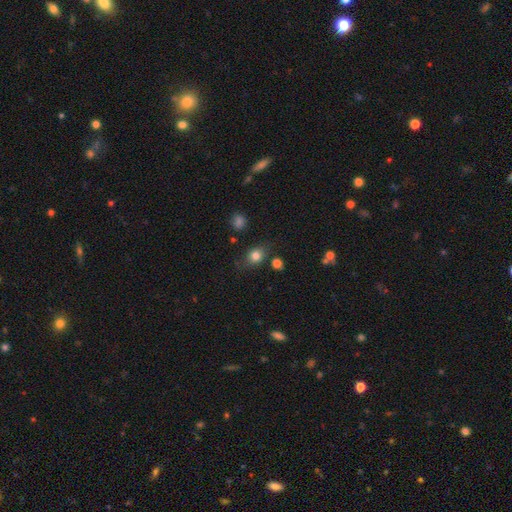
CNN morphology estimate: Smooth or featured? smooth (79%)
How rounded? round (54%)
Merging? none (74%)